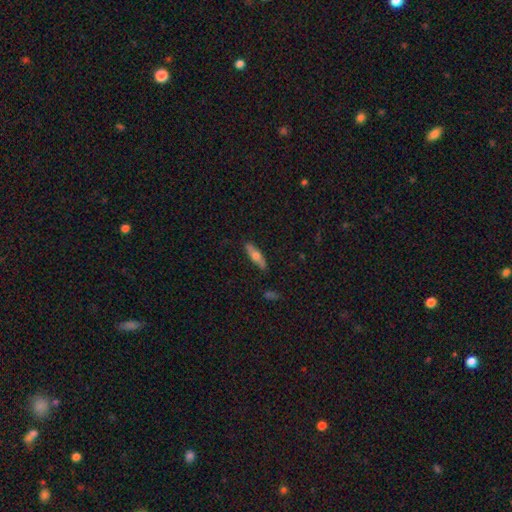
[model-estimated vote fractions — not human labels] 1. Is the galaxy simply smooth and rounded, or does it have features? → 56% smooth, 39% featured or disk, 6% star or artifact.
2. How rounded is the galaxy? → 69% cigar-shaped, 29% in between, 2% round.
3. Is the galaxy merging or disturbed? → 87% none, 10% minor disturbance, 2% major disturbance, 1% merger.